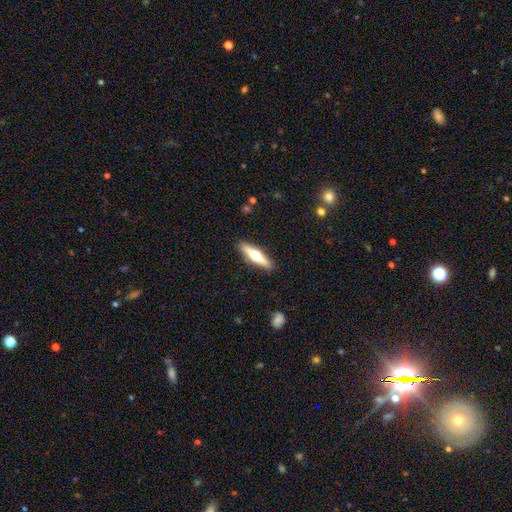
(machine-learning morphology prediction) Smooth or featured?
  - featured or disk: 53% *
  - smooth: 42%
  - star or artifact: 6%
Edge-on disk?
  - yes: 94% *
  - no: 6%
Merging?
  - none: 90% *
  - minor disturbance: 7%
  - major disturbance: 2%
  - merger: 1%